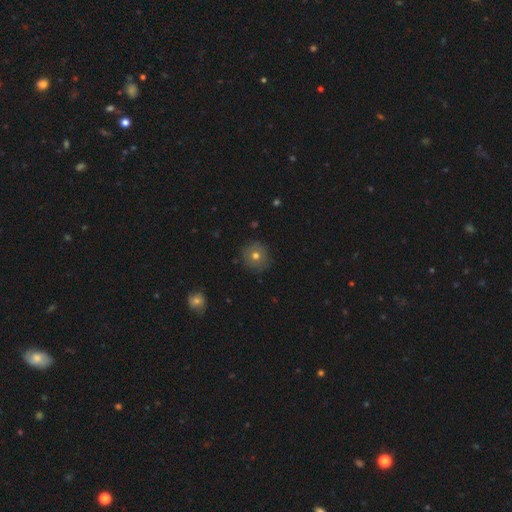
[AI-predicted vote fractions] Overall: smooth (68%). How rounded: round (93%). Merging: none (86%).